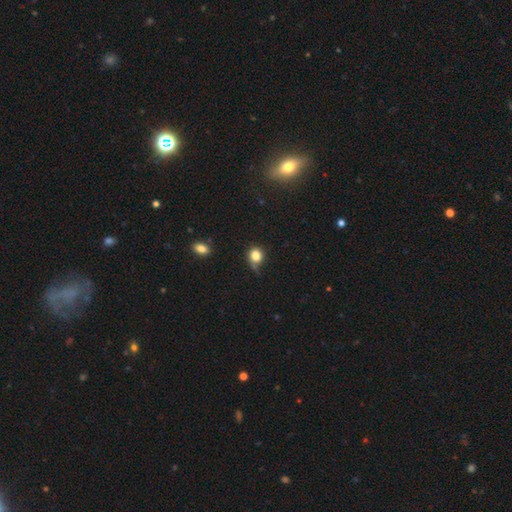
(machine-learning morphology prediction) A smooth galaxy with no disk features (82%) that is round (74%). Merging: none (57%).